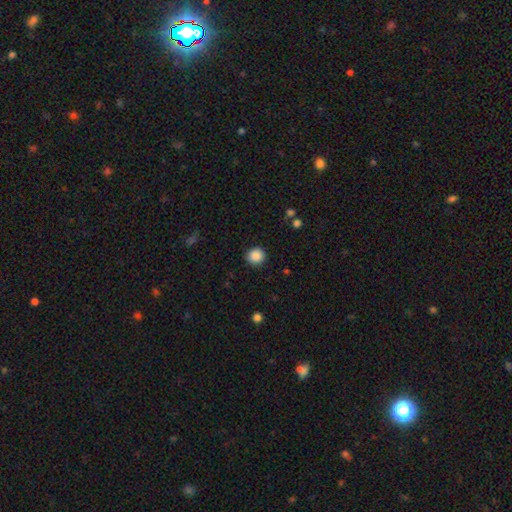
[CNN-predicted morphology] A smooth galaxy with no disk features (87%) that is round (92%).

Vote fractions:
- Smooth or featured? smooth: 87% / star or artifact: 9% / featured or disk: 3%
- How rounded? round: 92% / in between: 7% / cigar-shaped: 1%
- Merging? none: 90% / minor disturbance: 7% / major disturbance: 2% / merger: 1%